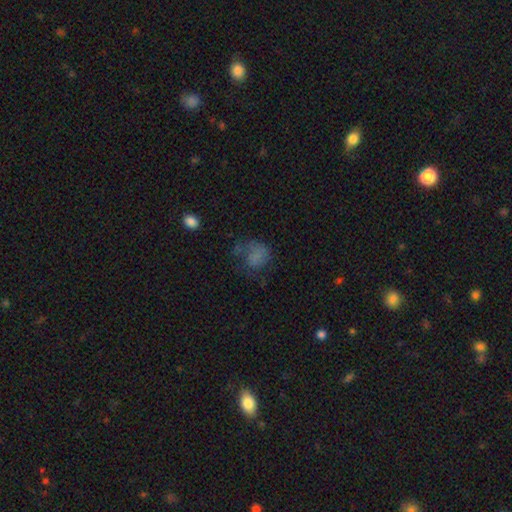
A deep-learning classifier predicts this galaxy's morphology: Smooth or featured: smooth — 64% (featured or disk — 21%)
How rounded: round — 58% (in between — 41%)
Merging: none — 39% (major disturbance — 33%)